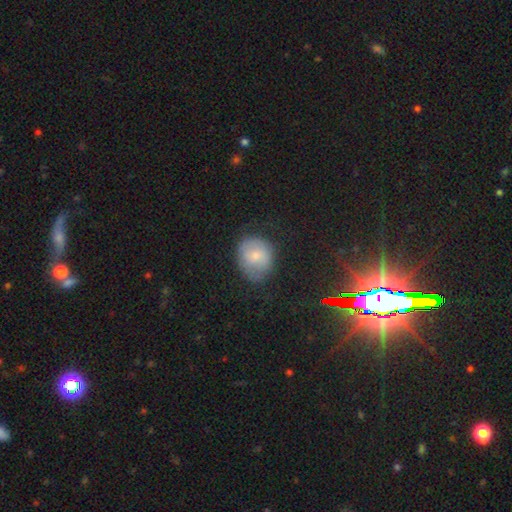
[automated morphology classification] smooth 66%, featured or disk 25%, star or artifact 9%. Down the decision tree: how rounded — round (64%); merging — none (62%).